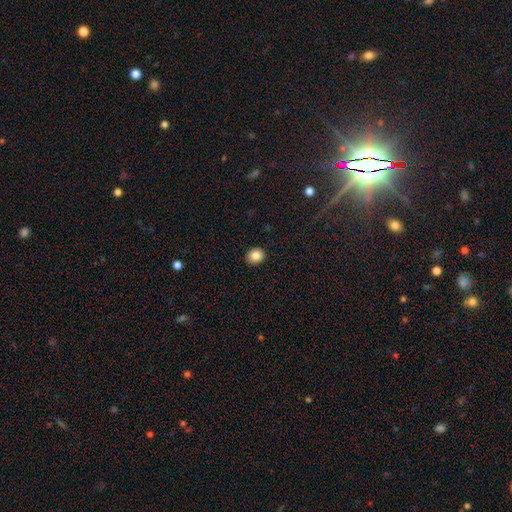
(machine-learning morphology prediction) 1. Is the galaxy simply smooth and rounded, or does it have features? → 85% smooth, 9% star or artifact, 5% featured or disk.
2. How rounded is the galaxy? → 66% round, 33% in between, 1% cigar-shaped.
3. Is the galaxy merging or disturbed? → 90% none, 7% minor disturbance, 2% major disturbance, 1% merger.